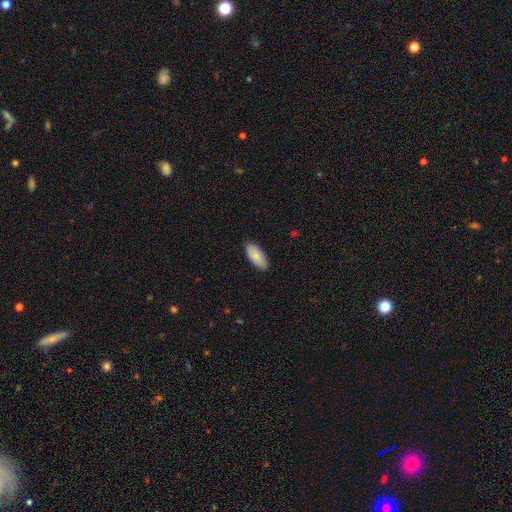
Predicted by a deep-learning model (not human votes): A smooth galaxy with no disk features (86%) that is in between round and cigar-shaped (89%). Merging: none (88%).